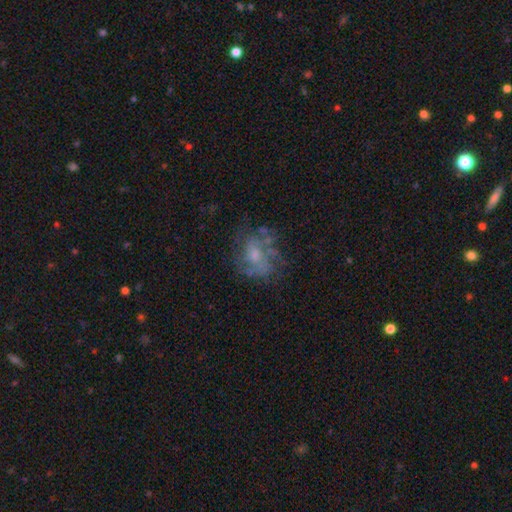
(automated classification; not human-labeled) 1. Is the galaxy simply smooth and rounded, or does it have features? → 66% featured or disk, 22% smooth, 12% star or artifact.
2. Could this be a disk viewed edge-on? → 97% no, 3% yes.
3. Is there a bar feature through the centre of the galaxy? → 74% no, 22% weak, 3% strong.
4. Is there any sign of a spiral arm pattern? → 64% yes, 36% no.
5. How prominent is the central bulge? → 41% moderate, 36% small, 16% none, 5% large, 1% dominant.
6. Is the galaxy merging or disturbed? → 56% none, 20% major disturbance, 20% minor disturbance, 4% merger.